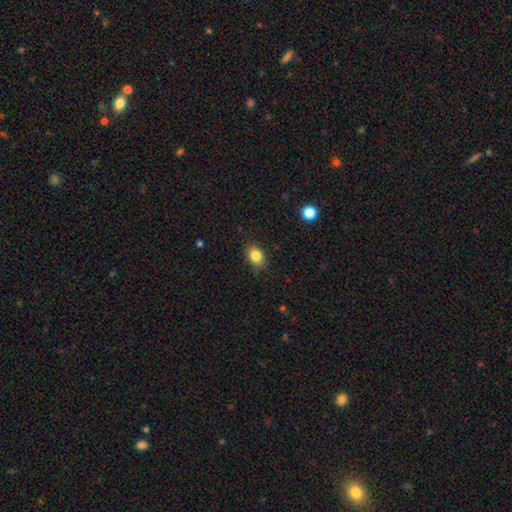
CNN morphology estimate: This is clearly a smooth galaxy (84%). How rounded: likely in between (67%). Merging: clearly none (83%).